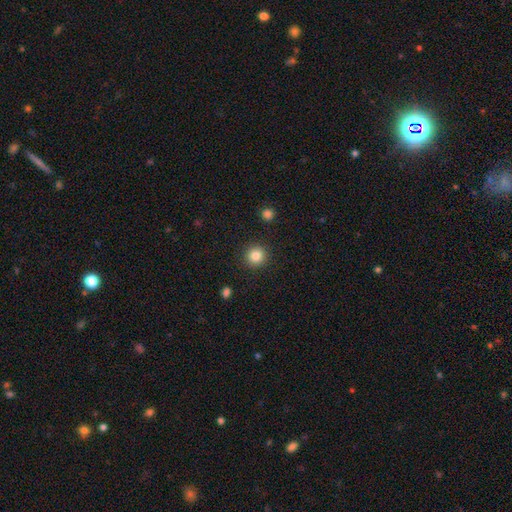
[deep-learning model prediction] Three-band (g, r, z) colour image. It shows a smooth galaxy with no disk features (85%) that is round (94%). Merging: none (92%).